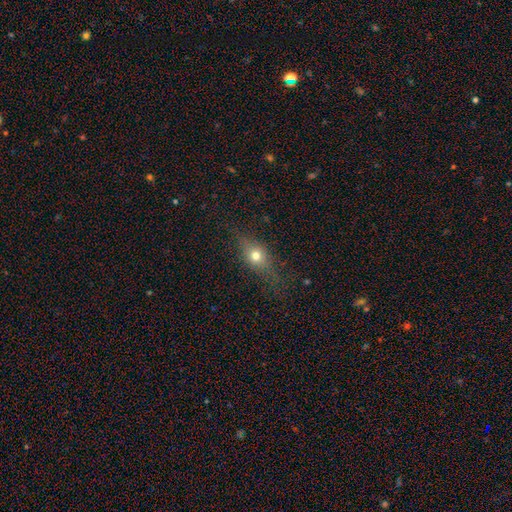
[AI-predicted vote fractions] Smooth or featured? Predicted: smooth (p=0.57). How rounded? Predicted: in between (p=0.52). Merging? Predicted: none (p=0.76).